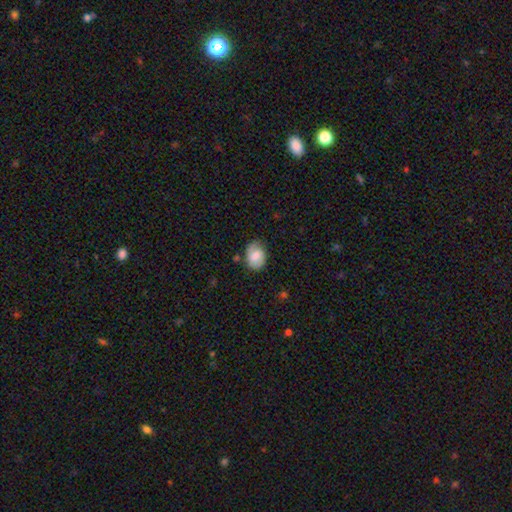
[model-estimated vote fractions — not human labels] smooth 56%, featured or disk 36%, star or artifact 8%. Down the decision tree: how rounded — in between (69%); merging — none (65%).